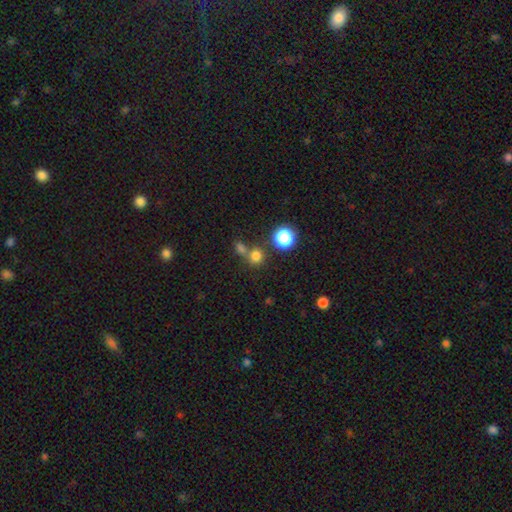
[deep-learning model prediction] Smooth or featured?
  - smooth: 72% *
  - star or artifact: 20%
  - featured or disk: 7%
How rounded?
  - round: 86% *
  - in between: 13%
  - cigar-shaped: 1%
Merging?
  - none: 57% *
  - merger: 32%
  - minor disturbance: 8%
  - major disturbance: 4%